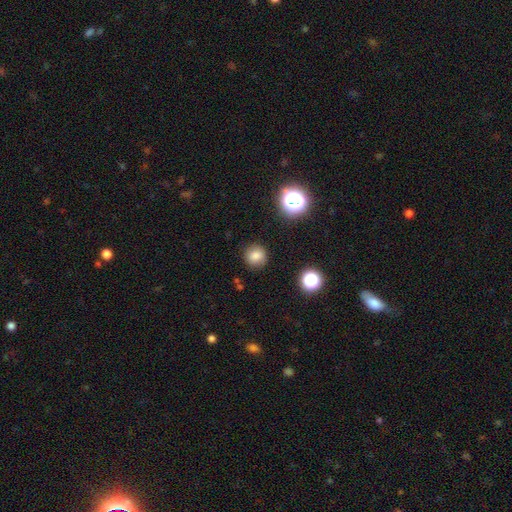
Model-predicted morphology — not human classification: A smooth galaxy with no disk features (80%) that is round (90%). Merging: none (88%).